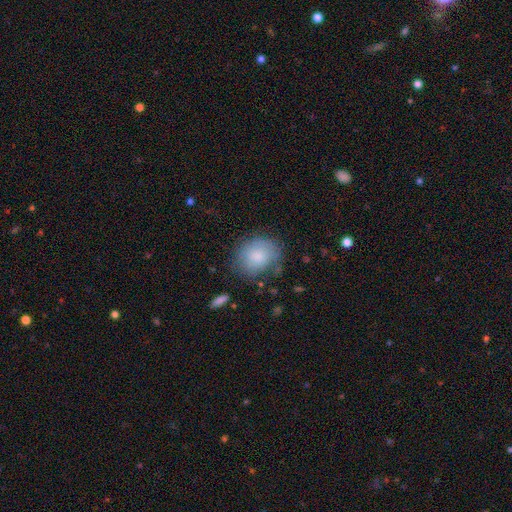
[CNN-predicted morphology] smooth_or_featured: smooth (p=0.81) [alt: featured or disk p=0.12]
how_rounded: round (p=0.55) [alt: in between p=0.44]
merging: none (p=0.68) [alt: minor disturbance p=0.22]